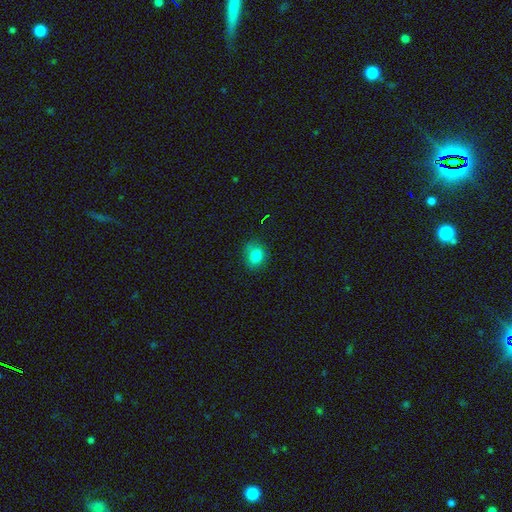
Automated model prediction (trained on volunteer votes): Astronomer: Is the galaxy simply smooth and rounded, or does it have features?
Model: smooth — 82%.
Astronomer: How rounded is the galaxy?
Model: round — 53% (runner-up: in between, 46%).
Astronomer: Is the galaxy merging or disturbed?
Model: none — 74%.